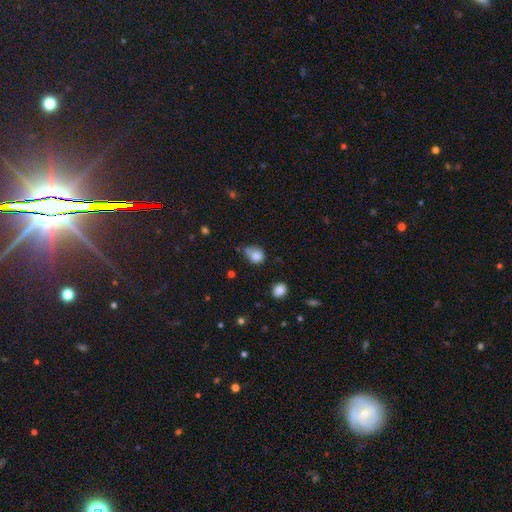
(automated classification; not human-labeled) A smooth galaxy with no disk features (80%) that is round (53%).

Vote fractions:
- Smooth or featured? smooth: 80% / star or artifact: 11% / featured or disk: 9%
- How rounded? round: 53% / in between: 46% / cigar-shaped: 1%
- Merging? minor disturbance: 40% / none: 35% / major disturbance: 15% / merger: 9%